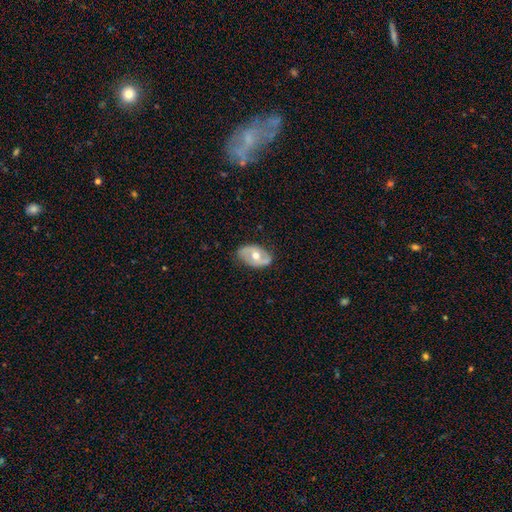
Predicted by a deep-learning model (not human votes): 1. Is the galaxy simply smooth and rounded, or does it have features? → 55% featured or disk, 39% smooth, 5% star or artifact.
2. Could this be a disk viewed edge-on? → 93% no, 7% yes.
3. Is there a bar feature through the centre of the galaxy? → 64% no, 26% weak, 9% strong.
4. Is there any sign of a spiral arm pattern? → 54% no, 46% yes.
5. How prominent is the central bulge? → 77% moderate, 12% large, 8% small, 1% none, 1% dominant.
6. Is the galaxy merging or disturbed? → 74% none, 20% minor disturbance, 4% major disturbance, 1% merger.